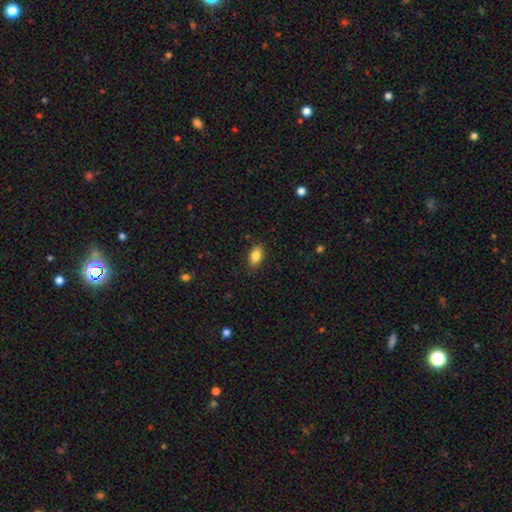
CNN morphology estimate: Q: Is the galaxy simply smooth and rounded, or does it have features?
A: smooth — 86%.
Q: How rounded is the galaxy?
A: in between — 90%.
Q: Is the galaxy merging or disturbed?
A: none — 86%.